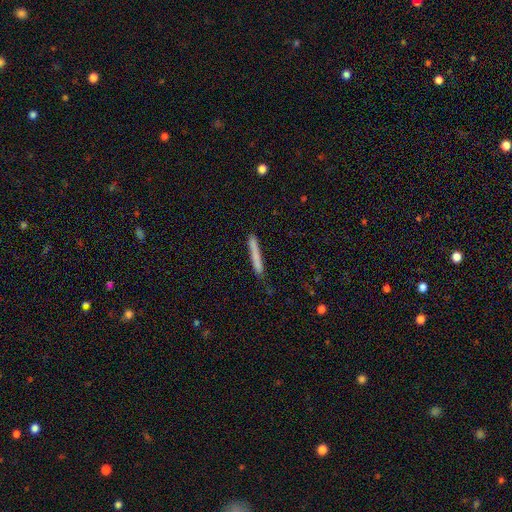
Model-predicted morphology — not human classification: Smooth or featured: smooth — 72% (featured or disk — 21%)
How rounded: cigar-shaped — 97% (in between — 2%)
Merging: none — 84% (minor disturbance — 12%)